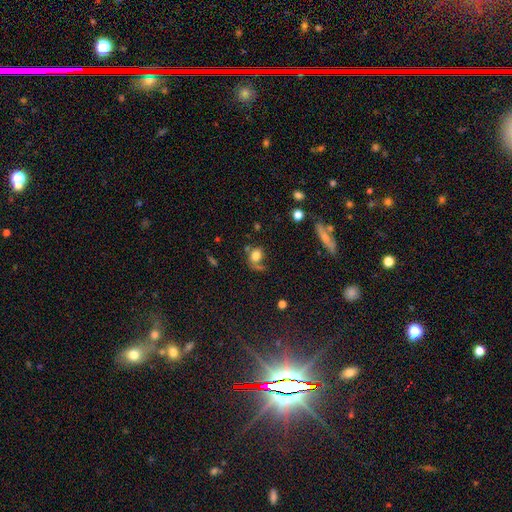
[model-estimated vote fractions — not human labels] A smooth galaxy with no disk features (75%) that is in between round and cigar-shaped (53%).

Vote fractions:
- Smooth or featured? smooth: 75% / featured or disk: 14% / star or artifact: 11%
- How rounded? in between: 53% / round: 45% / cigar-shaped: 2%
- Merging? none: 48% / minor disturbance: 21% / major disturbance: 17% / merger: 15%